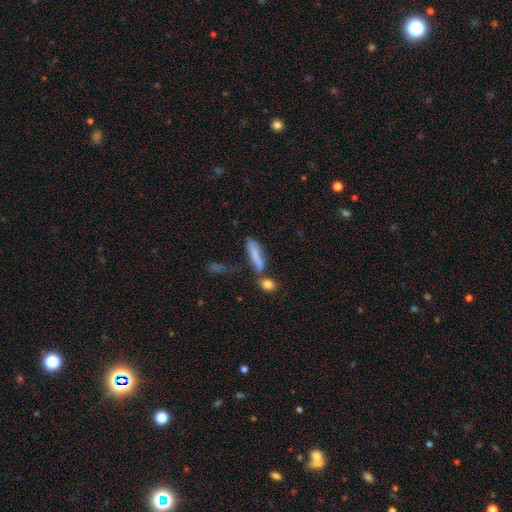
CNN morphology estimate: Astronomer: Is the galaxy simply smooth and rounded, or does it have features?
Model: smooth — 71%.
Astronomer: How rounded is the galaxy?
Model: cigar-shaped — 59% (runner-up: in between, 38%).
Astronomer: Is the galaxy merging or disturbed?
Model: none — 41% (runner-up: merger, 29%).